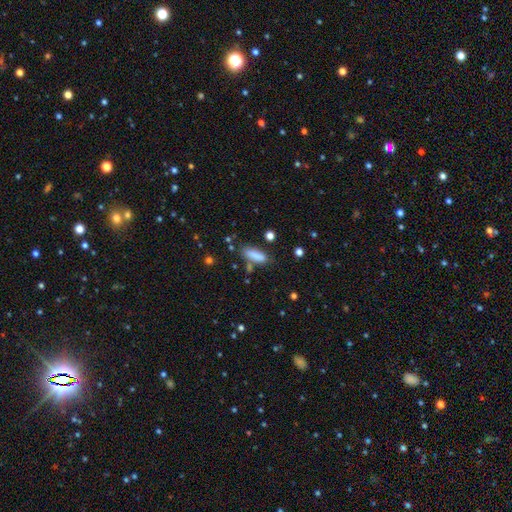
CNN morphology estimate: smooth 85%, star or artifact 8%, featured or disk 7%. Down the decision tree: how rounded — in between (54%); merging — none (70%).